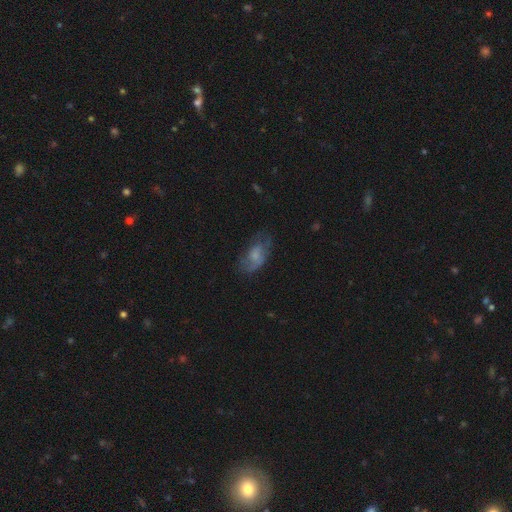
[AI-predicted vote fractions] Morphology: type=smooth (49%); merging=none (50%).